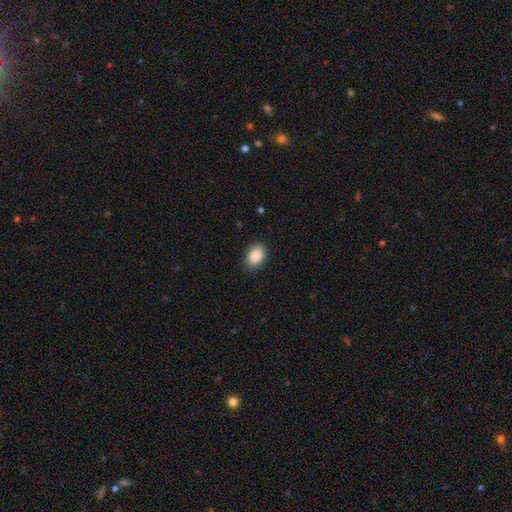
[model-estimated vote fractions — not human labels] Q: Smooth or featured?
A: smooth (89%); runner-up: star or artifact (7%)
Q: How rounded?
A: in between (85%); runner-up: round (14%)
Q: Merging?
A: none (89%); runner-up: minor disturbance (8%)